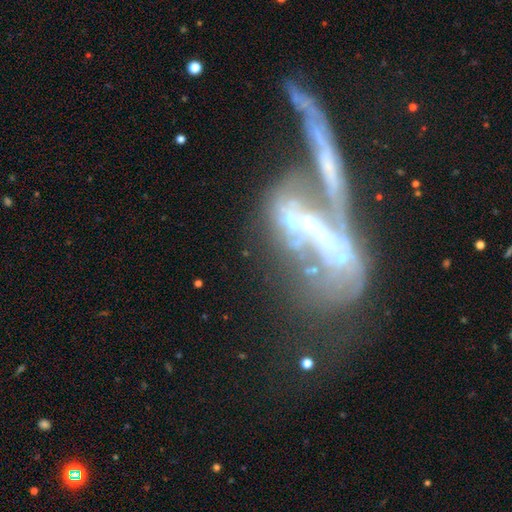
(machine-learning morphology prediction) Smooth or featured? Predicted: featured or disk (p=0.70). Edge-on disk? Predicted: no (p=0.84). Bar? Predicted: no (p=0.58). Spiral arms? Predicted: no (p=0.67). Bulge size? Predicted: none (p=0.38). Merging? Predicted: merger (p=0.53).